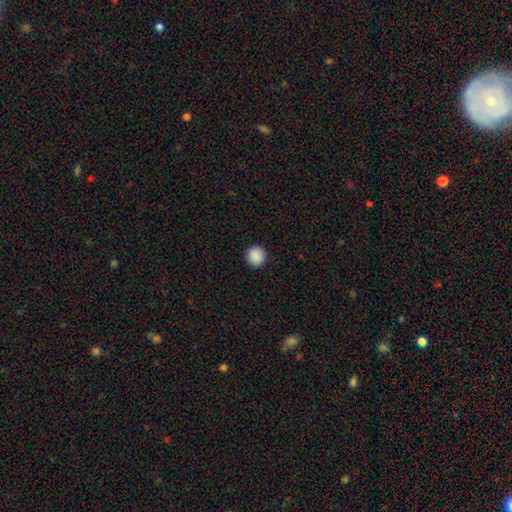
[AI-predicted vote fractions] Smooth or featured? smooth (90%)
How rounded? round (95%)
Merging? none (93%)